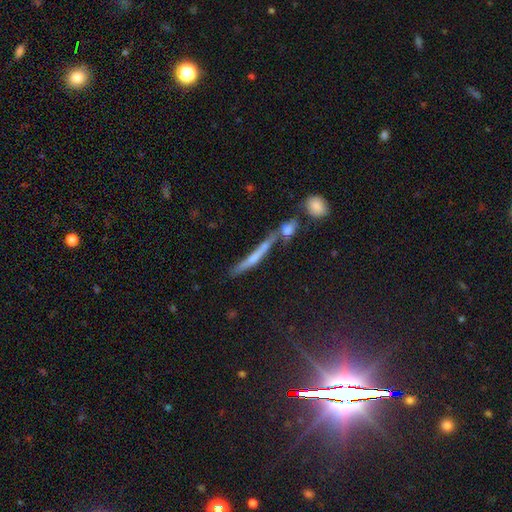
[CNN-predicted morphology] Smooth or featured: featured or disk — 48% (smooth — 38%)
Merging: none — 57% (merger — 22%)